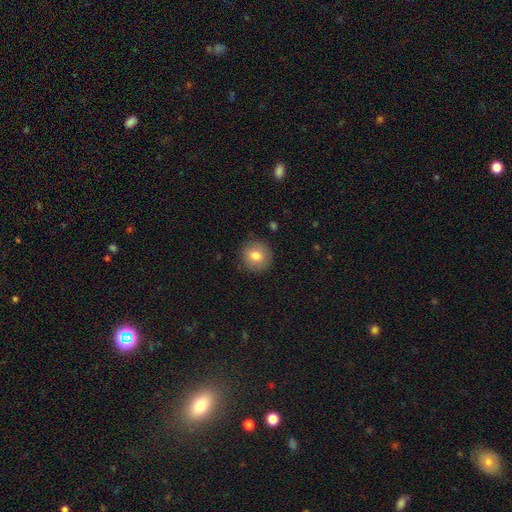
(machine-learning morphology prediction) smooth_or_featured: smooth (p=0.80) [alt: featured or disk p=0.11]
how_rounded: round (p=0.93) [alt: in between p=0.06]
merging: none (p=0.90) [alt: minor disturbance p=0.07]